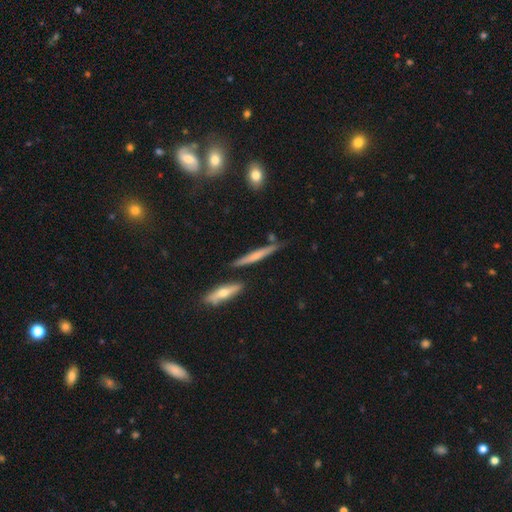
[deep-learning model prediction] A smooth galaxy with no disk features (49%).

Vote fractions:
- Smooth or featured? smooth: 49% / featured or disk: 44% / star or artifact: 8%
- Merging? none: 77% / minor disturbance: 14% / merger: 6% / major disturbance: 3%